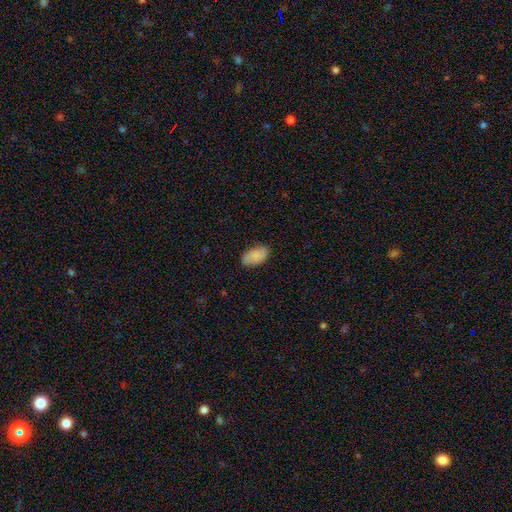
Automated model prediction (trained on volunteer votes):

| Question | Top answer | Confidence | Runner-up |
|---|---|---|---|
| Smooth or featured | smooth | 82% | featured or disk (11%) |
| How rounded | in between | 94% | round (4%) |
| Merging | none | 81% | minor disturbance (15%) |